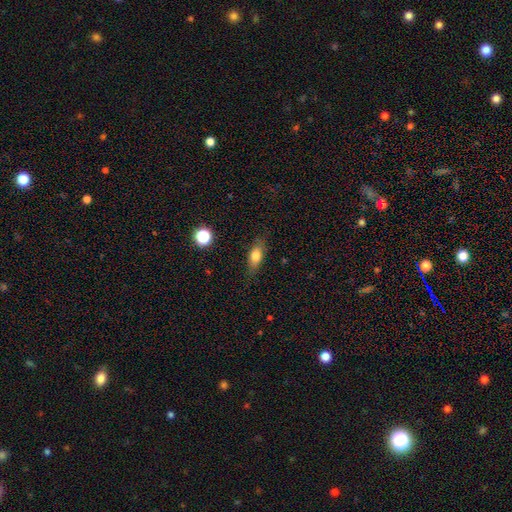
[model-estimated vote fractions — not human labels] Q: Smooth or featured?
A: smooth (72%); runner-up: featured or disk (19%)
Q: How rounded?
A: in between (68%); runner-up: cigar-shaped (24%)
Q: Merging?
A: none (80%); runner-up: minor disturbance (15%)